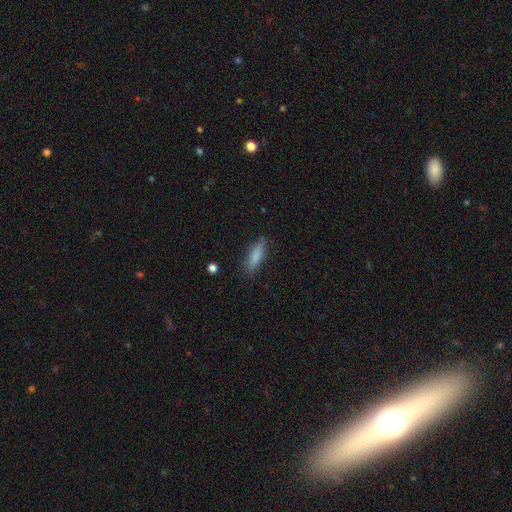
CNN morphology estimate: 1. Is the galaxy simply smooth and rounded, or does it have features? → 81% smooth, 12% featured or disk, 7% star or artifact.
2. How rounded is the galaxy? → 62% cigar-shaped, 36% in between, 2% round.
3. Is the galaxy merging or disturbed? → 83% none, 13% minor disturbance, 3% major disturbance, 1% merger.